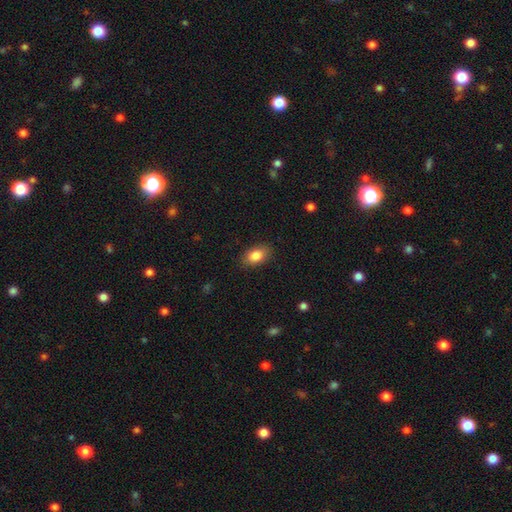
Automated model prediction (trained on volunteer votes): smooth 85%, star or artifact 8%, featured or disk 7%. Down the decision tree: how rounded — in between (88%); merging — none (86%).